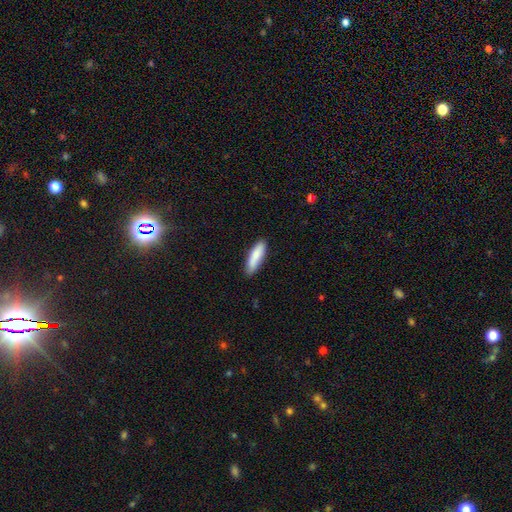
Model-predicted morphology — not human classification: This is clearly a smooth galaxy (83%). How rounded: likely cigar-shaped (60%). Merging: clearly none (85%).